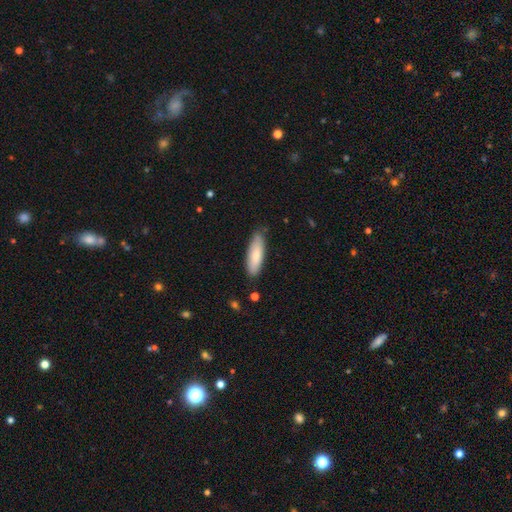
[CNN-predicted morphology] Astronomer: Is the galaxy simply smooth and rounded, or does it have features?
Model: smooth — 81%.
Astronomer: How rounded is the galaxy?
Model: in between — 51% (runner-up: cigar-shaped, 48%).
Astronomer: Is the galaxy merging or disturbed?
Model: none — 82%.